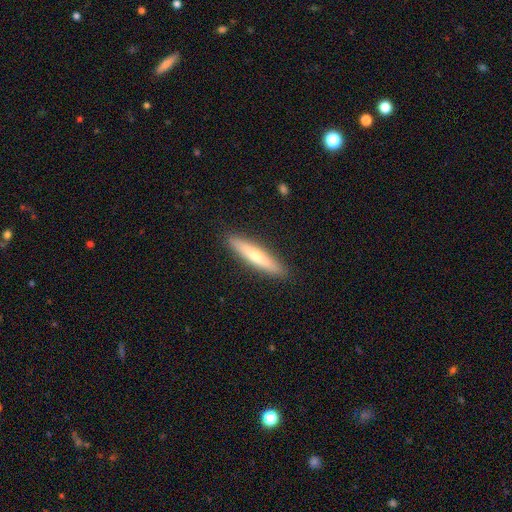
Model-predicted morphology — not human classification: Smooth or featured? Predicted: smooth (p=0.54). How rounded? Predicted: cigar-shaped (p=0.90). Merging? Predicted: none (p=0.91).